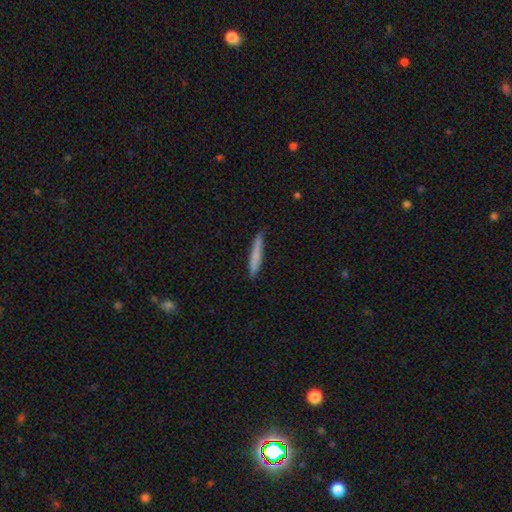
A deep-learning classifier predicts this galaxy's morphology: The model was most divided on "smooth or featured": smooth: 73%, featured or disk: 21%, star or artifact: 6%. More confident: how rounded — cigar-shaped (95%); merging — none (87%).